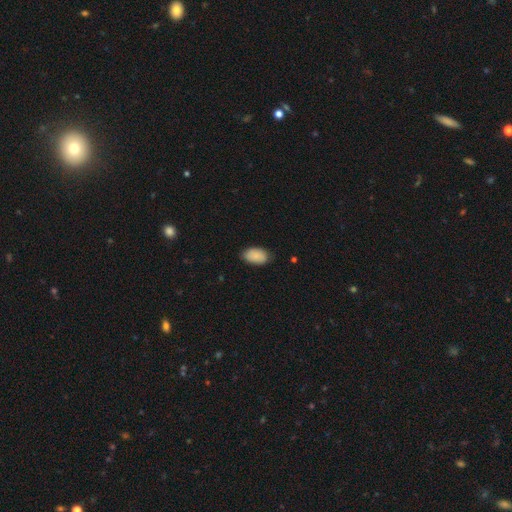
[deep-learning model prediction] A smooth galaxy with no disk features (88%) that is in between round and cigar-shaped (94%).

Vote fractions:
- Smooth or featured? smooth: 88% / star or artifact: 7% / featured or disk: 5%
- How rounded? in between: 94% / round: 5% / cigar-shaped: 1%
- Merging? none: 80% / minor disturbance: 16% / major disturbance: 3% / merger: 1%